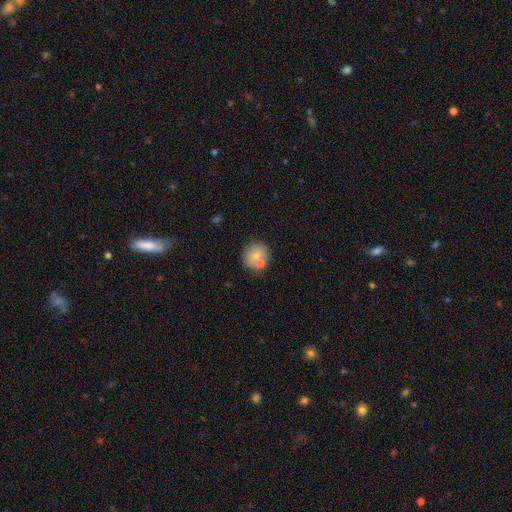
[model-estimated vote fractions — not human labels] Smooth or featured: smooth — 69% (featured or disk — 22%)
How rounded: round — 86% (in between — 13%)
Merging: none — 63% (merger — 22%)